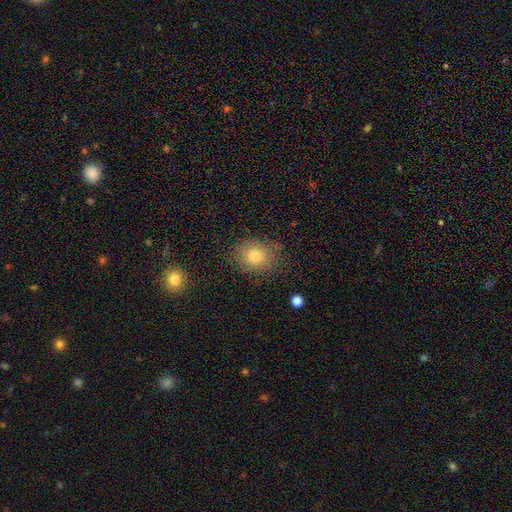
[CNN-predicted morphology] Smooth or featured?
  - smooth: 79% *
  - star or artifact: 11%
  - featured or disk: 10%
How rounded?
  - round: 58% *
  - in between: 41%
  - cigar-shaped: 1%
Merging?
  - none: 80% *
  - minor disturbance: 14%
  - major disturbance: 4%
  - merger: 2%